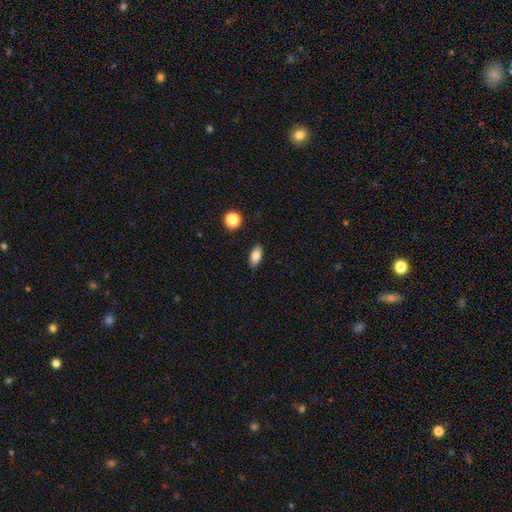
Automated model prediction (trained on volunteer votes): This is clearly a smooth galaxy (82%). How rounded: clearly in between (87%). Merging: clearly none (87%).